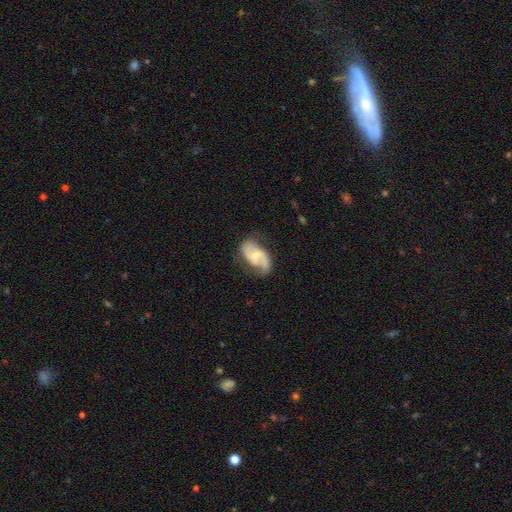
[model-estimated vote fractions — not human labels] Morphology: type=featured or disk (76%); edge-on=no (97%); bar=weak (48%); spiral arms=yes (93%); winding=loose (43%, tied with medium); arm count=2 (85%); bulge=small (49%); merging=none (63%).